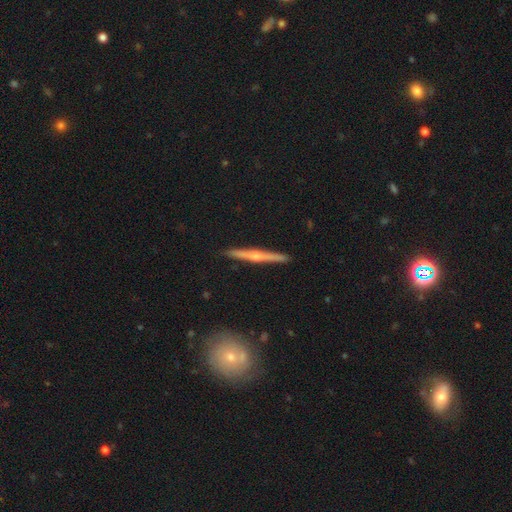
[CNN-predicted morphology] Smooth or featured?
  - featured or disk: 72% *
  - smooth: 23%
  - star or artifact: 5%
Edge-on disk?
  - yes: 98% *
  - no: 2%
Edge-on bulge?
  - rounded: 80% *
  - none: 15%
  - boxy: 5%
Merging?
  - none: 92% *
  - minor disturbance: 6%
  - merger: 1%
  - major disturbance: 1%